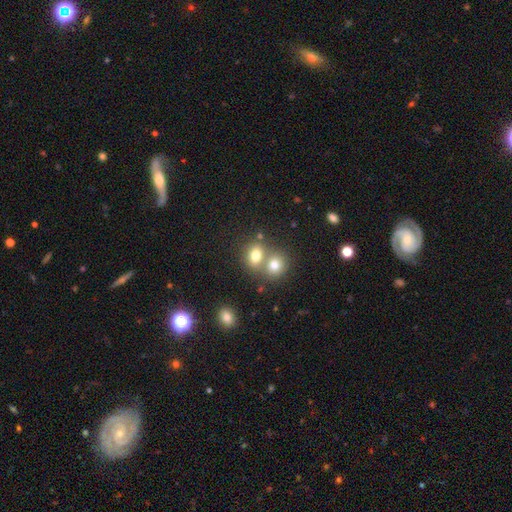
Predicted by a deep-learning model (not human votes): Smooth or featured: smooth — 76% (star or artifact — 13%)
How rounded: round — 50% (in between — 49%)
Merging: merger — 50% (none — 39%)